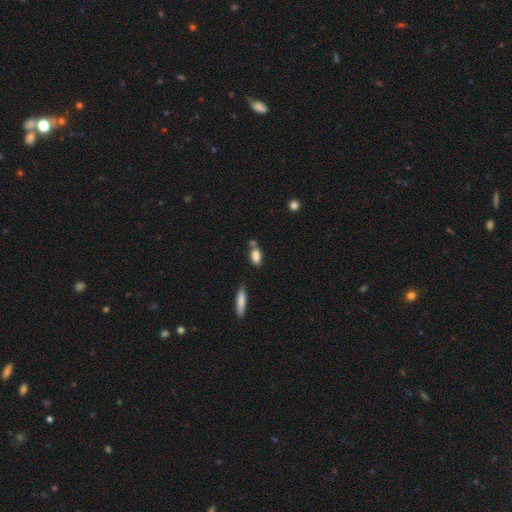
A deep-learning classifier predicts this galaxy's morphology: A smooth galaxy with no disk features (83%) that is in between round and cigar-shaped (83%).

Vote fractions:
- Smooth or featured? smooth: 83% / featured or disk: 9% / star or artifact: 8%
- How rounded? in between: 83% / cigar-shaped: 9% / round: 7%
- Merging? none: 59% / merger: 22% / minor disturbance: 16% / major disturbance: 4%